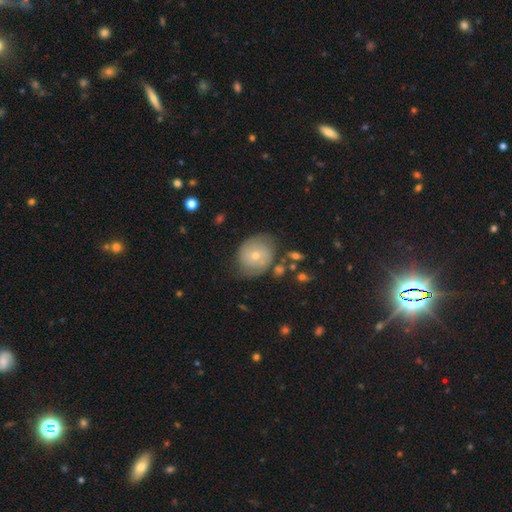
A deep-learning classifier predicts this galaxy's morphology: Q: Smooth or featured?
A: featured or disk (57%); runner-up: smooth (35%)
Q: Edge-on disk?
A: no (97%); runner-up: yes (3%)
Q: Bar?
A: no (79%); runner-up: weak (17%)
Q: Spiral arms?
A: yes (78%); runner-up: no (22%)
Q: Bulge size?
A: small (62%); runner-up: moderate (35%)
Q: Merging?
A: none (66%); runner-up: minor disturbance (21%)